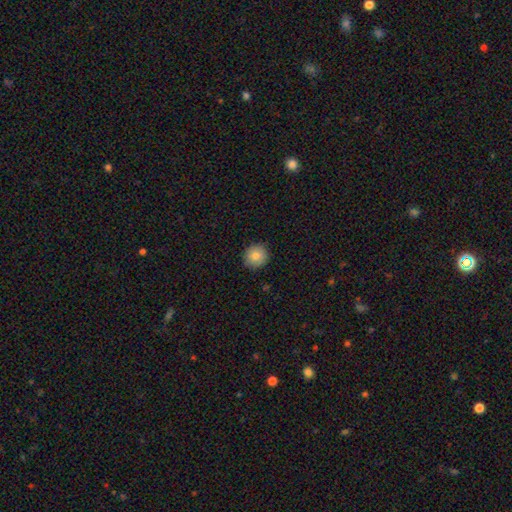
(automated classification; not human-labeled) A smooth galaxy with no disk features (82%) that is round (91%).

Vote fractions:
- Smooth or featured? smooth: 82% / star or artifact: 9% / featured or disk: 9%
- How rounded? round: 91% / in between: 8% / cigar-shaped: 1%
- Merging? none: 89% / minor disturbance: 8% / major disturbance: 2% / merger: 1%